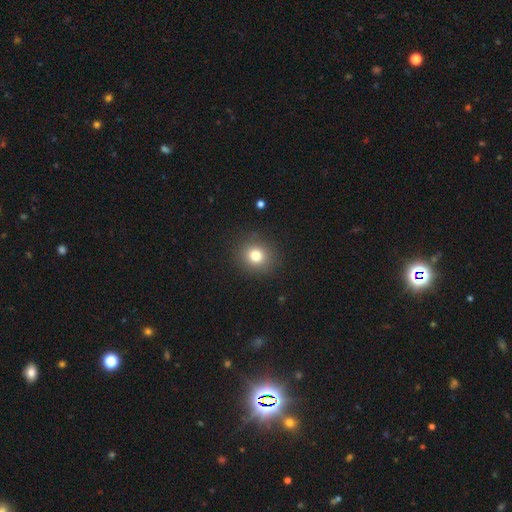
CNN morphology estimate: This appears to be a smooth galaxy with no disk features (79%) that is round (84%). Merging: none (89%).